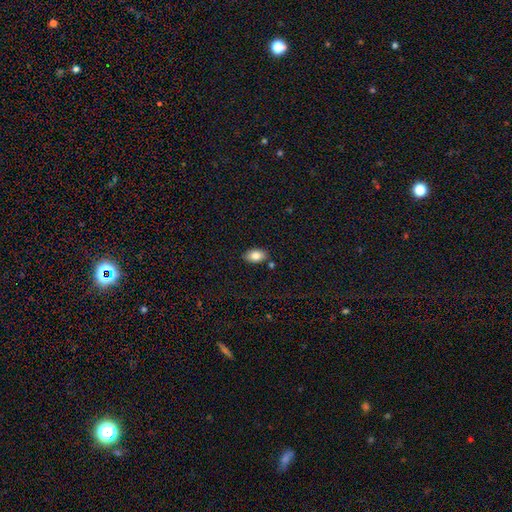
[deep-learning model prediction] Smooth or featured: smooth — 83% (featured or disk — 9%)
How rounded: in between — 91% (round — 7%)
Merging: none — 82% (minor disturbance — 11%)